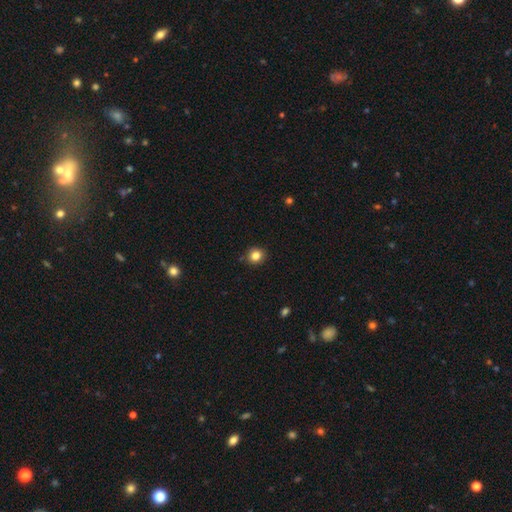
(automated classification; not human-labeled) Smooth or featured: smooth — 83% (star or artifact — 12%)
How rounded: round — 87% (in between — 12%)
Merging: none — 88% (minor disturbance — 9%)